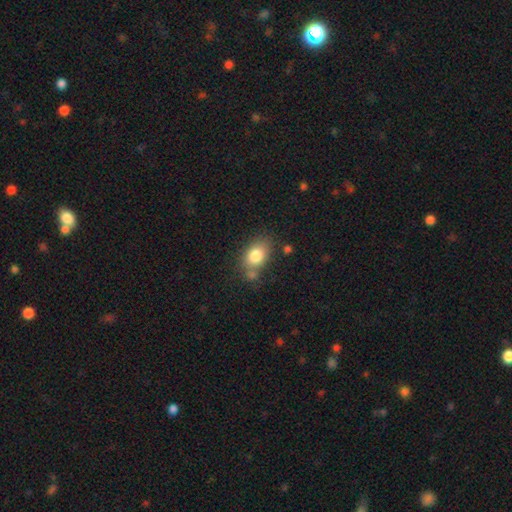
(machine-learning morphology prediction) Smooth or featured: smooth — 80% (featured or disk — 11%)
How rounded: in between — 79% (round — 20%)
Merging: none — 63% (minor disturbance — 19%)